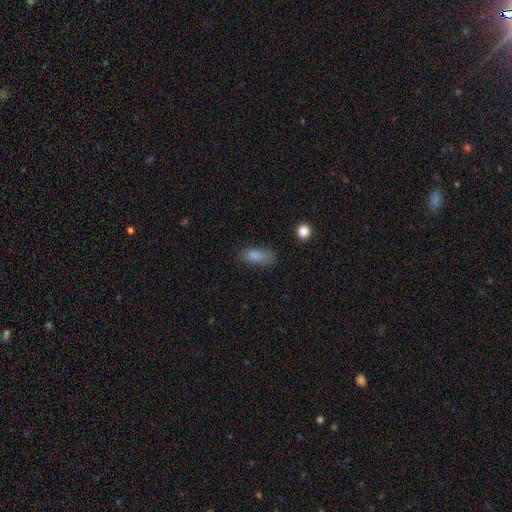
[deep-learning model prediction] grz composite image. It shows a smooth galaxy with no disk features (84%) that is in between round and cigar-shaped (86%). Merging: none (62%).